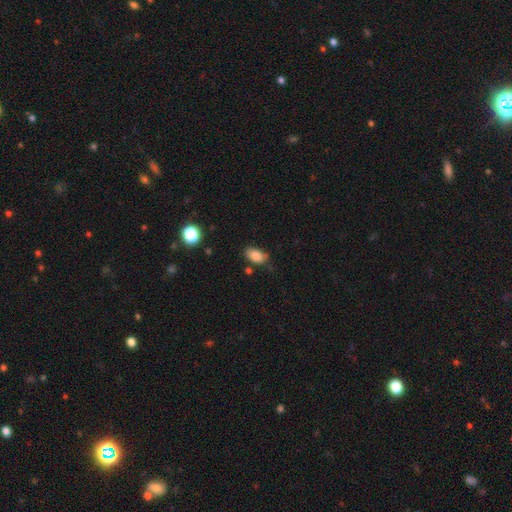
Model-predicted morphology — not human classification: A smooth galaxy with no disk features (84%) that is in between round and cigar-shaped (90%).

Vote fractions:
- Smooth or featured? smooth: 84% / star or artifact: 9% / featured or disk: 7%
- How rounded? in between: 90% / round: 7% / cigar-shaped: 2%
- Merging? none: 68% / minor disturbance: 24% / major disturbance: 5% / merger: 4%